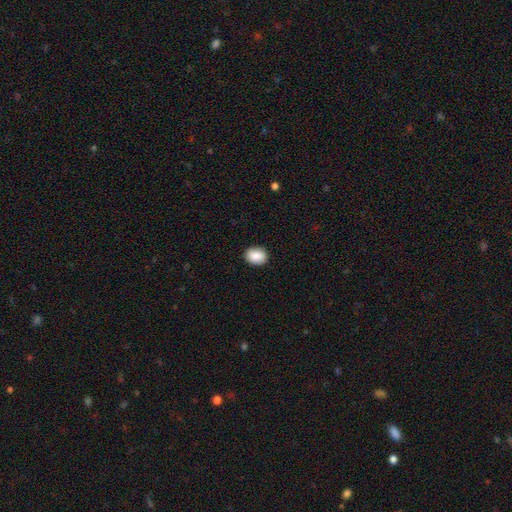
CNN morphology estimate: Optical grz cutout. It shows a smooth galaxy with no disk features (87%) that is in between round and cigar-shaped (54%). Merging: none (89%).